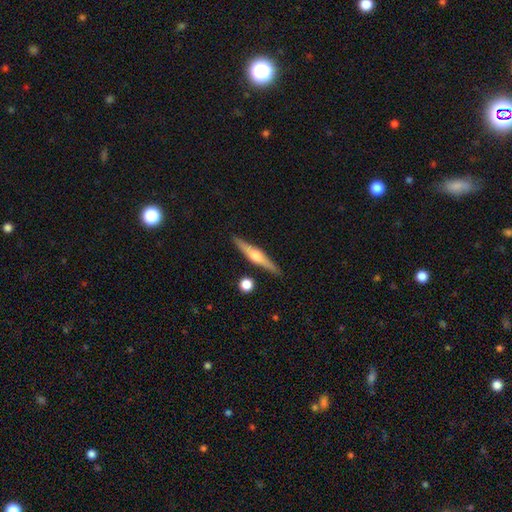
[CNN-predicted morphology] Overall: featured or disk (69%). Edge-on disk: yes (97%). Edge-on bulge: rounded (92%). Merging: none (88%).